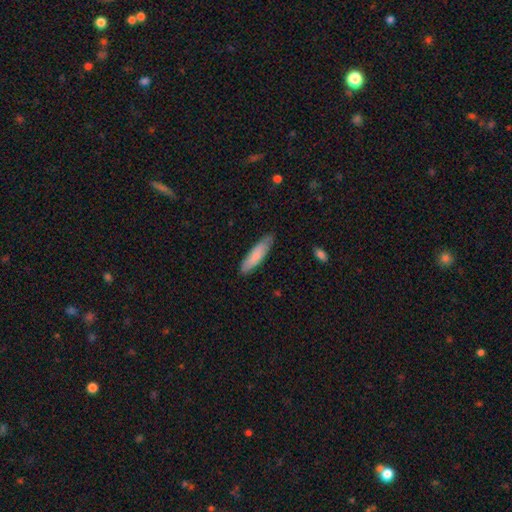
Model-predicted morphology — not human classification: Smooth or featured?
  - smooth: 80% *
  - featured or disk: 15%
  - star or artifact: 5%
How rounded?
  - cigar-shaped: 74% *
  - in between: 25%
  - round: 1%
Merging?
  - none: 82% *
  - minor disturbance: 15%
  - major disturbance: 2%
  - merger: 1%